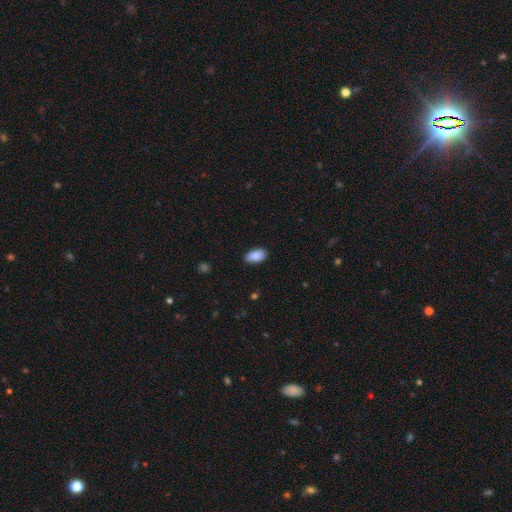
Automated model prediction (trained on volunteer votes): Overall: smooth (89%). How rounded: in between (94%). Merging: none (87%).